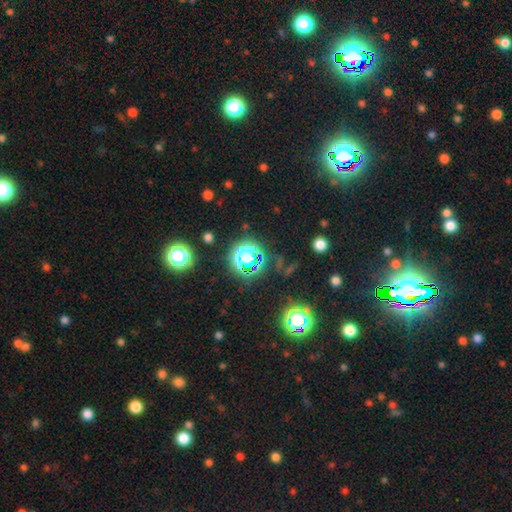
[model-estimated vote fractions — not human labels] smooth-or-featured: star or artifact: 75% | smooth: 18% | featured or disk: 8%